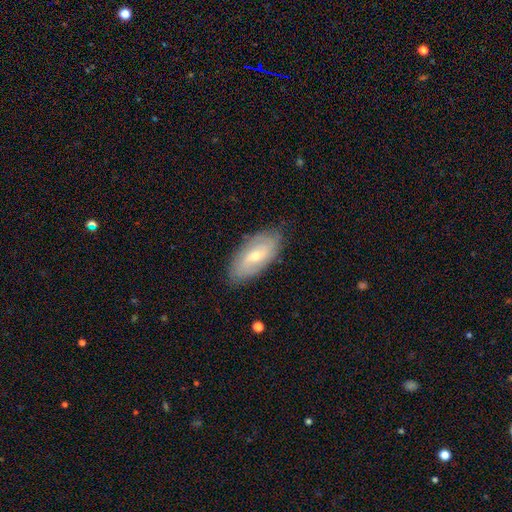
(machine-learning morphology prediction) type=featured or disk (59%); edge-on=no (90%); bar=weak (46%); spiral arms=yes (78%); bulge=small (52%); merging=none (80%).